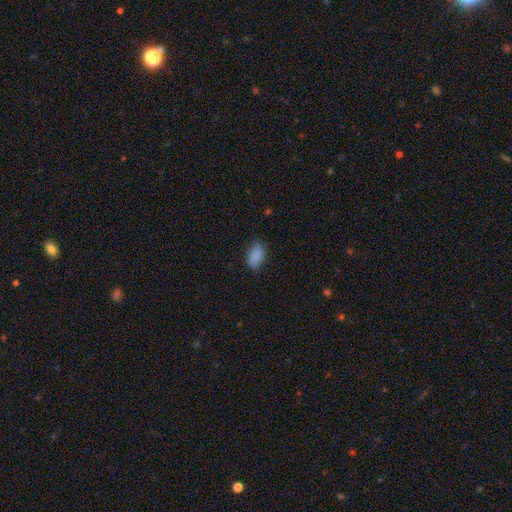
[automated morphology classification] Smooth or featured? Predicted: smooth (p=0.87). How rounded? Predicted: in between (p=0.92). Merging? Predicted: none (p=0.69).